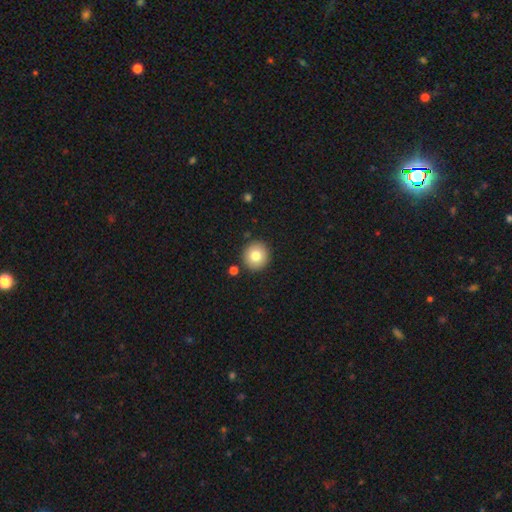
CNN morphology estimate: Smooth or featured?
  - smooth: 79% *
  - featured or disk: 12%
  - star or artifact: 9%
How rounded?
  - round: 92% *
  - in between: 7%
  - cigar-shaped: 1%
Merging?
  - none: 88% *
  - minor disturbance: 7%
  - merger: 3%
  - major disturbance: 2%